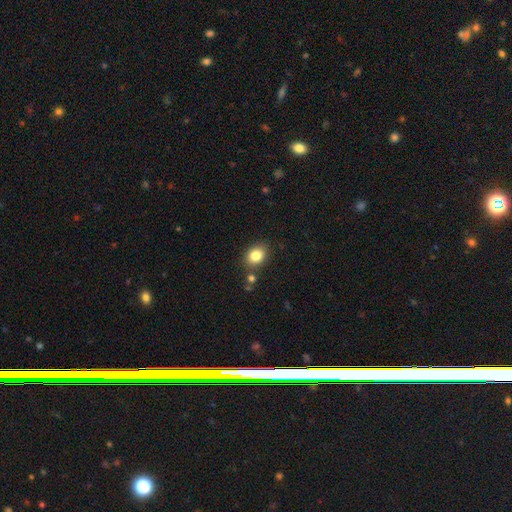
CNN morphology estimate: Smooth or featured? Predicted: smooth (p=0.83). How rounded? Predicted: in between (p=0.56). Merging? Predicted: none (p=0.79).